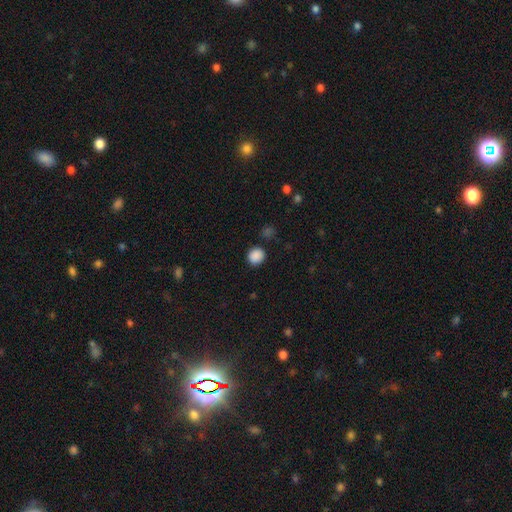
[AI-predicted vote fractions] smooth_or_featured: smooth (p=0.87) [alt: star or artifact p=0.10]
how_rounded: round (p=0.80) [alt: in between p=0.19]
merging: none (p=0.86) [alt: minor disturbance p=0.09]